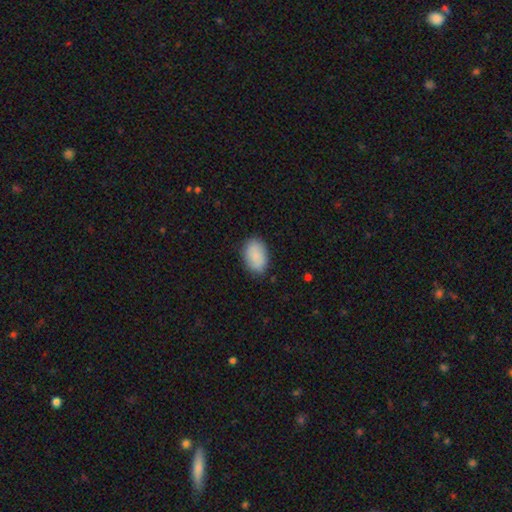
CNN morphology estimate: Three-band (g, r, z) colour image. It shows a smooth galaxy with no disk features (87%) that is in between round and cigar-shaped (89%). Merging: none (81%).